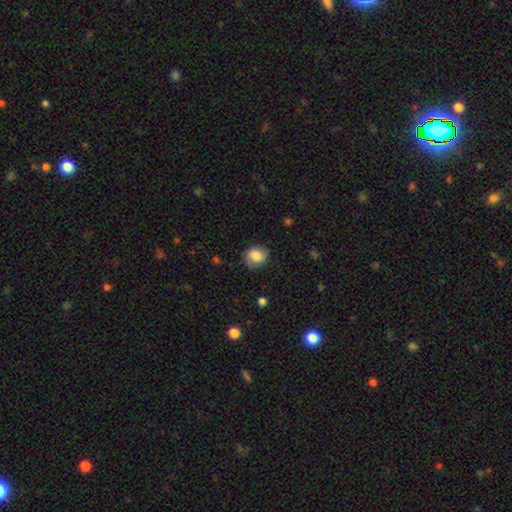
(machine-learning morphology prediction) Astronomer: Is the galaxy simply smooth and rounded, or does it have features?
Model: smooth — 71%.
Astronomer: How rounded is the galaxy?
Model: round — 62%.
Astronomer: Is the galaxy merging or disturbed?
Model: none — 72%.